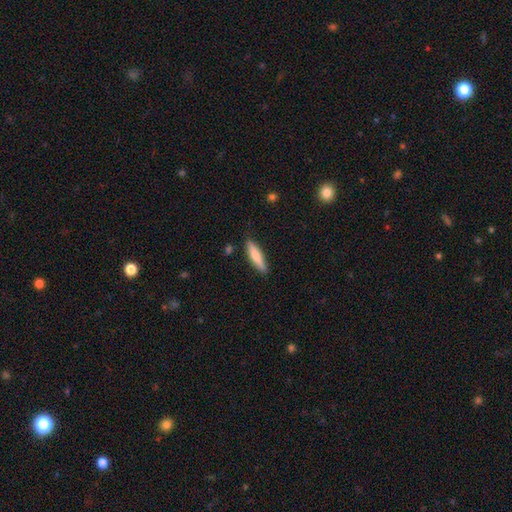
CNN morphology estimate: smooth_or_featured: smooth (p=0.74) [alt: featured or disk p=0.21]
how_rounded: cigar-shaped (p=0.81) [alt: in between p=0.17]
merging: none (p=0.87) [alt: minor disturbance p=0.10]